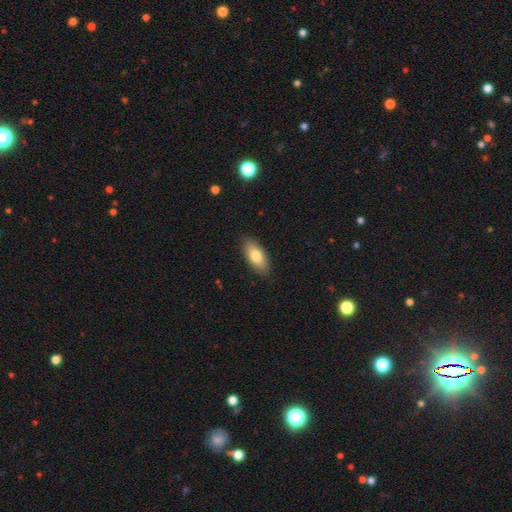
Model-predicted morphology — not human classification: Smooth or featured?
  - smooth: 78% *
  - featured or disk: 16%
  - star or artifact: 6%
How rounded?
  - in between: 87% *
  - cigar-shaped: 11%
  - round: 3%
Merging?
  - none: 88% *
  - minor disturbance: 9%
  - major disturbance: 2%
  - merger: 1%